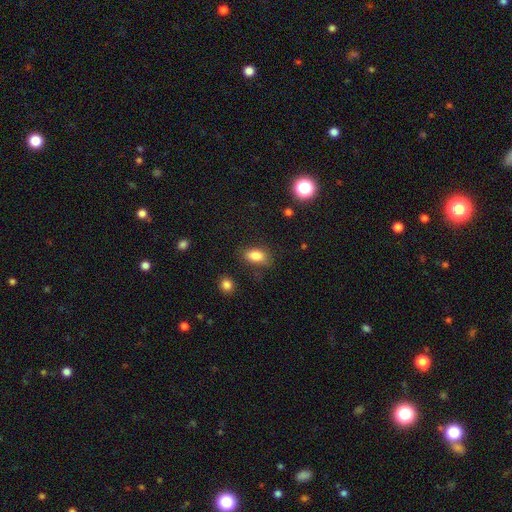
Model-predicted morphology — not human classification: Overall: smooth (85%). How rounded: in between (88%). Merging: none (77%).